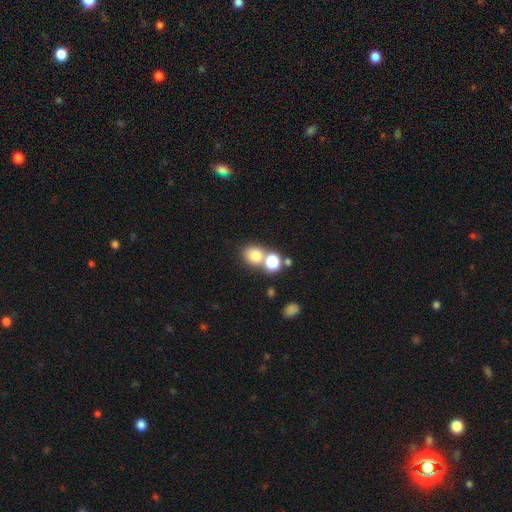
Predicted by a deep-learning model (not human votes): Smooth or featured?
  - smooth: 76% *
  - star or artifact: 14%
  - featured or disk: 10%
How rounded?
  - round: 72% *
  - in between: 27%
  - cigar-shaped: 1%
Merging?
  - none: 46% *
  - merger: 42%
  - minor disturbance: 8%
  - major disturbance: 4%